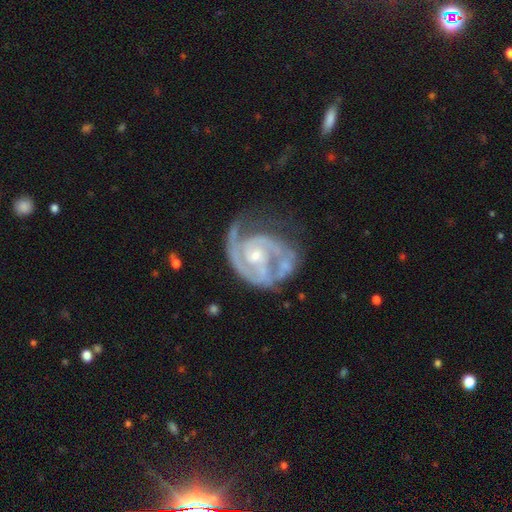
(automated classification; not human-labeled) featured or disk 91%, star or artifact 5%, smooth 5%. Down the decision tree: edge-on disk — no (98%); bar — no (61%); spiral arms — yes (97%); spiral arm count — 2 (59%); spiral winding — tight (56%); bulge size — small (63%); merging — none (46%).